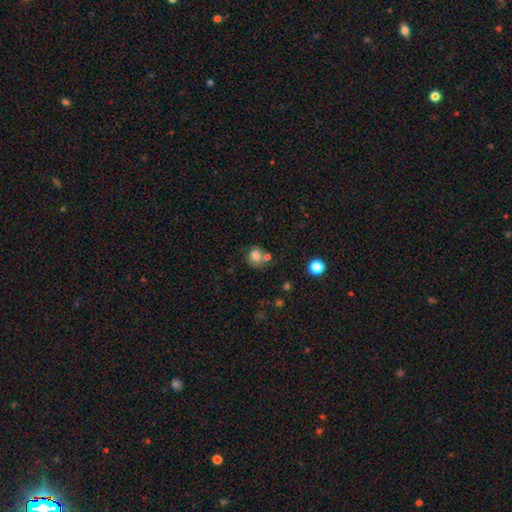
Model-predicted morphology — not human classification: This appears to be a smooth galaxy with no disk features (71%) that is round (71%). Merging: none (40%).